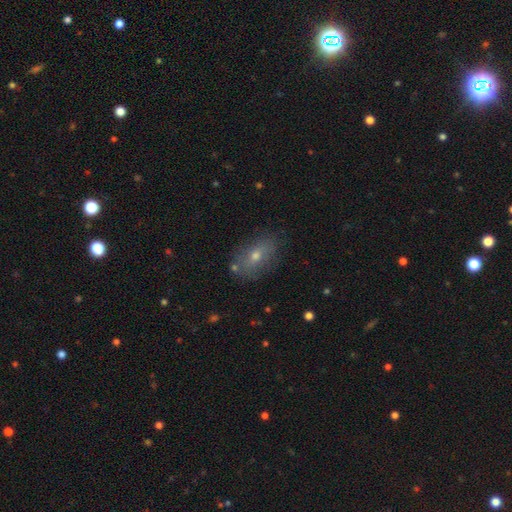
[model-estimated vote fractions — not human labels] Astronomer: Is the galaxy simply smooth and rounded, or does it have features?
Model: smooth — 58%.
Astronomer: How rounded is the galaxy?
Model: in between — 83%.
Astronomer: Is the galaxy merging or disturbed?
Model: none — 77%.